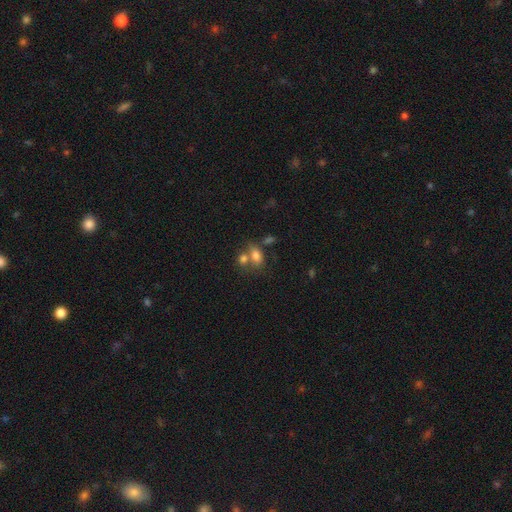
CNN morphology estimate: This is likely a smooth galaxy (77%). How rounded: likely in between (72%). Merging: possibly merger (46%).